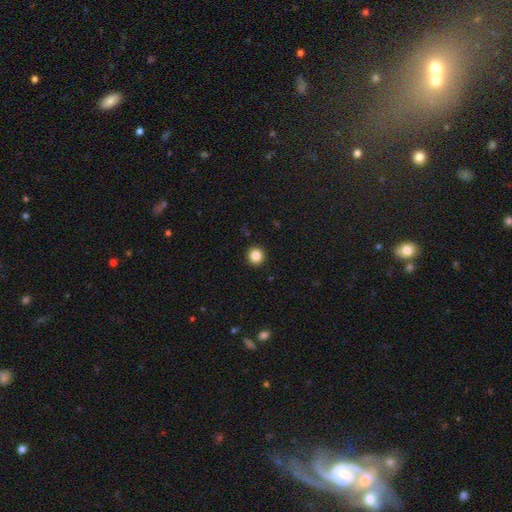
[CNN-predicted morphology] smooth 85%, star or artifact 11%, featured or disk 4%. Down the decision tree: how rounded — round (94%); merging — none (93%).